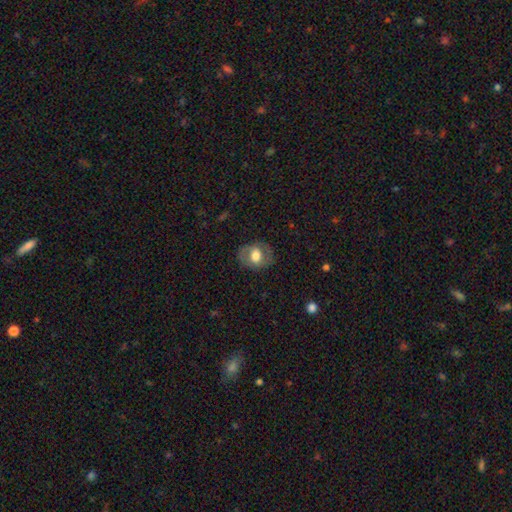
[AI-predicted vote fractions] smooth 57%, featured or disk 35%, star or artifact 8%. Down the decision tree: how rounded — in between (53%); merging — none (77%).